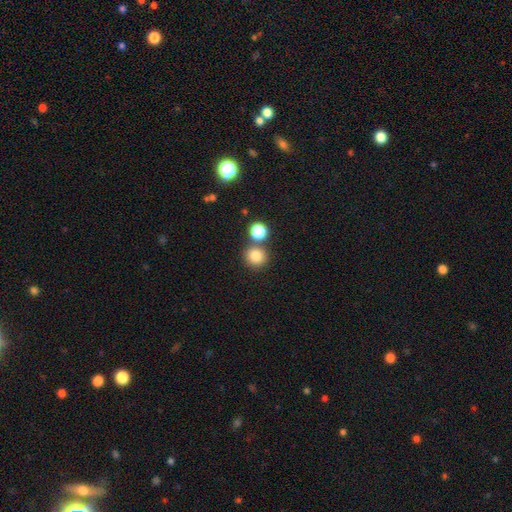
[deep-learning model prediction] This is clearly a smooth galaxy (81%). How rounded: clearly round (91%). Merging: likely none (73%).